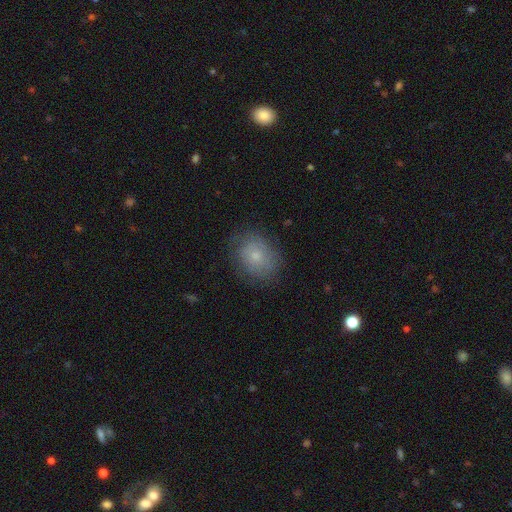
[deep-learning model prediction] Q: Smooth or featured?
A: smooth (71%); runner-up: featured or disk (20%)
Q: How rounded?
A: round (55%); runner-up: in between (44%)
Q: Merging?
A: none (76%); runner-up: minor disturbance (17%)